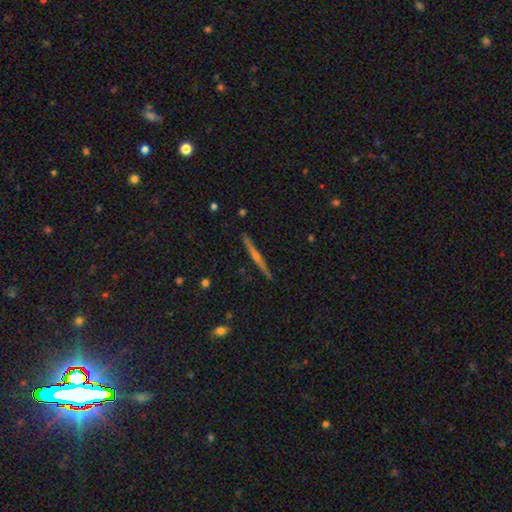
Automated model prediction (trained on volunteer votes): Morphology: type=featured or disk (73%); edge-on=yes (98%); edge-on bulge=rounded (74%); merging=none (91%).